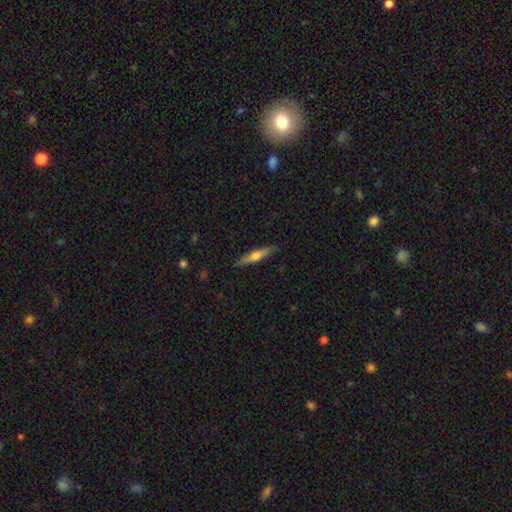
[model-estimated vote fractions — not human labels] Smooth or featured: featured or disk — 48% (smooth — 46%)
Merging: none — 89% (minor disturbance — 9%)